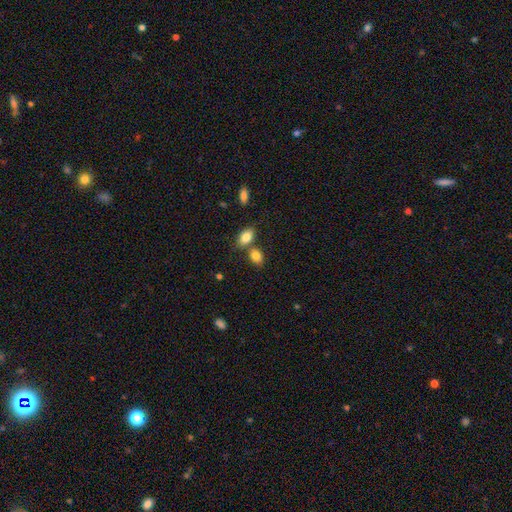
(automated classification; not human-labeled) Smooth or featured?
  - smooth: 83% *
  - star or artifact: 9%
  - featured or disk: 8%
How rounded?
  - in between: 73% *
  - round: 26%
  - cigar-shaped: 2%
Merging?
  - none: 56% *
  - merger: 30%
  - minor disturbance: 11%
  - major disturbance: 3%